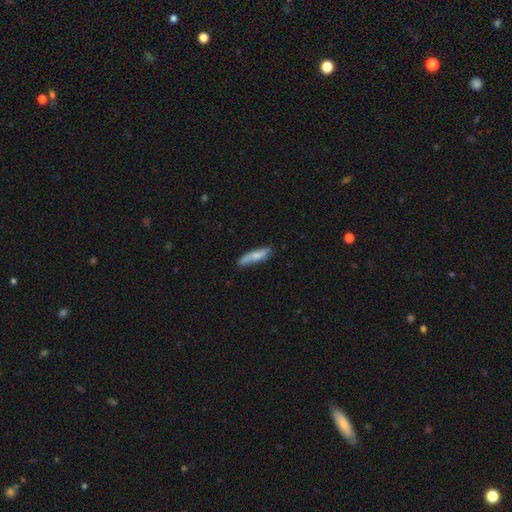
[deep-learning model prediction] Q: Smooth or featured?
A: smooth (75%); runner-up: featured or disk (19%)
Q: How rounded?
A: cigar-shaped (73%); runner-up: in between (26%)
Q: Merging?
A: none (68%); runner-up: minor disturbance (25%)